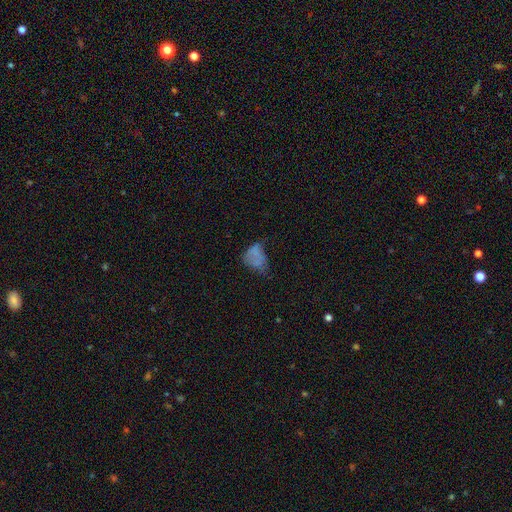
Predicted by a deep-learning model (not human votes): smooth-or-featured: smooth: 57% | featured or disk: 26% | star or artifact: 17%
  how-rounded: in between: 76% | round: 22% | cigar-shaped: 2%
  merging: major disturbance: 36% | minor disturbance: 29% | none: 27% | merger: 8%